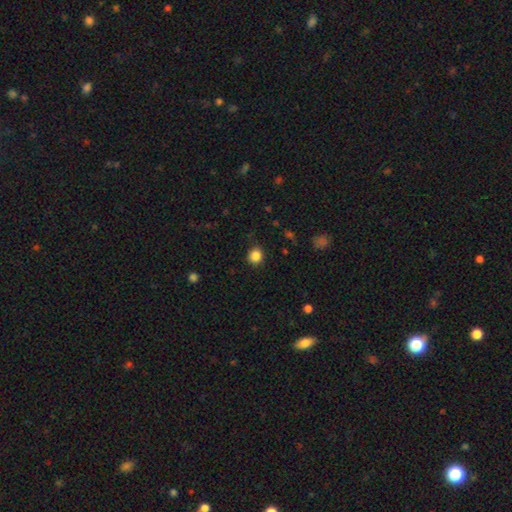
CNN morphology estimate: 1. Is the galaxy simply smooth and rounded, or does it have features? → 85% smooth, 11% star or artifact, 4% featured or disk.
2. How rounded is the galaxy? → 88% round, 11% in between, 1% cigar-shaped.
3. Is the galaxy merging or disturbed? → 87% none, 9% minor disturbance, 2% major disturbance, 1% merger.